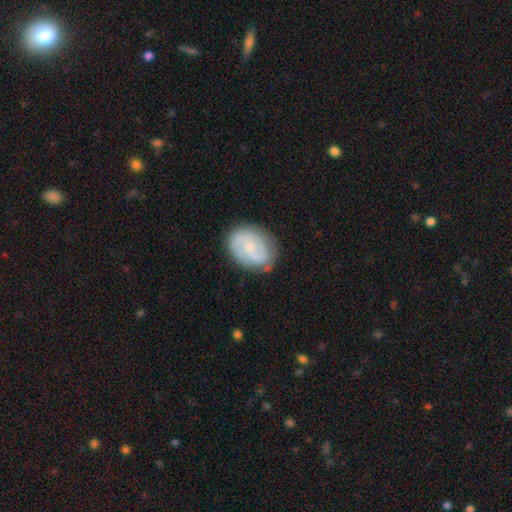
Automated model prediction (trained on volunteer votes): smooth-or-featured: featured or disk: 68% | smooth: 26% | star or artifact: 6%
  disk-edge-on: no: 98% | yes: 2%
    bar: no: 49% | weak: 42% | strong: 8%
    has-spiral-arms: yes: 87% | no: 13%
      spiral-winding: medium: 43% | tight: 39% | loose: 17%
      spiral-arm-count: 2: 70% | can't tell: 16% | 1: 7% | 3: 5% | 4: 2% | more than 4: 2%
    bulge-size: small: 60% | moderate: 26% | none: 11% | large: 2% | dominant: 1%
  merging: none: 71% | minor disturbance: 19% | major disturbance: 7% | merger: 2%